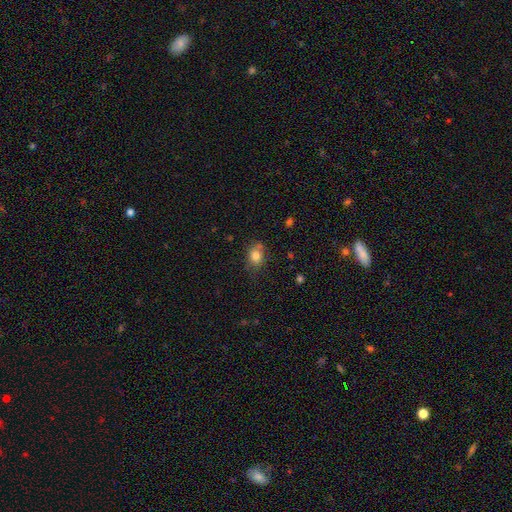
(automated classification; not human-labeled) A smooth galaxy with no disk features (81%) that is in between round and cigar-shaped (53%).

Vote fractions:
- Smooth or featured? smooth: 81% / star or artifact: 10% / featured or disk: 9%
- How rounded? in between: 53% / round: 46% / cigar-shaped: 1%
- Merging? none: 66% / minor disturbance: 22% / merger: 6% / major disturbance: 6%